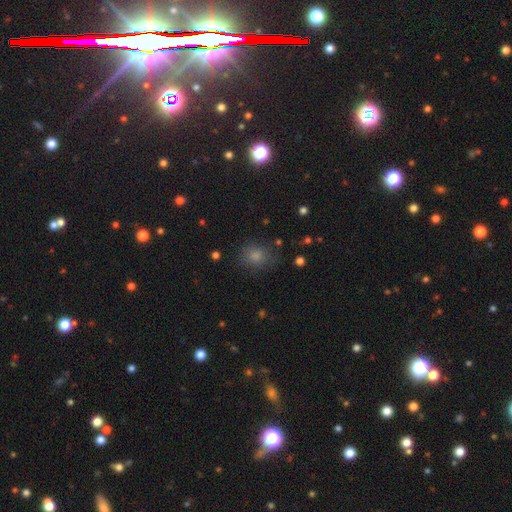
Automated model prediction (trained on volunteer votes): Morphology: type=smooth (79%); roundness=round (63%); merging=none (75%).